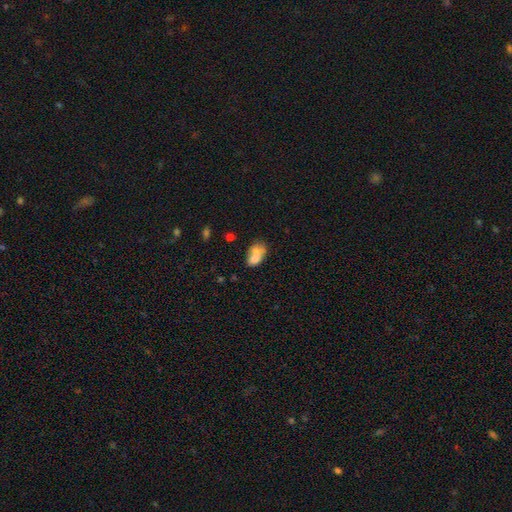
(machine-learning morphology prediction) Smooth or featured?
  - smooth: 63% *
  - featured or disk: 26%
  - star or artifact: 10%
How rounded?
  - in between: 80% *
  - round: 18%
  - cigar-shaped: 2%
Merging?
  - merger: 49% *
  - none: 25%
  - minor disturbance: 15%
  - major disturbance: 11%